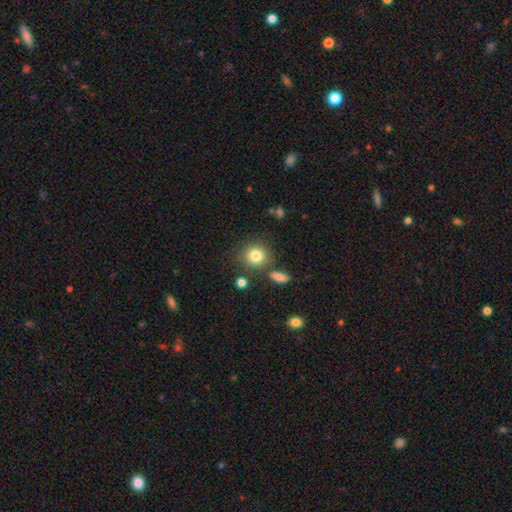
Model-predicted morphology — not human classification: smooth 82%, star or artifact 10%, featured or disk 7%. Down the decision tree: how rounded — round (85%); merging — none (78%).